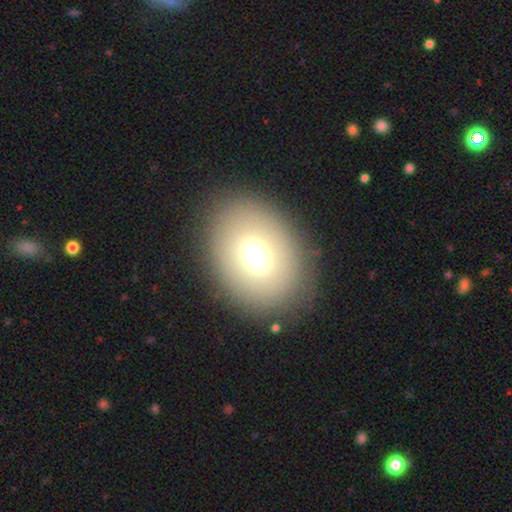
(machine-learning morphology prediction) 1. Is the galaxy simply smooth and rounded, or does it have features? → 63% smooth, 23% featured or disk, 13% star or artifact.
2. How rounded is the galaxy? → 62% in between, 36% round, 1% cigar-shaped.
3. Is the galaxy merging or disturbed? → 83% none, 9% minor disturbance, 5% major disturbance, 2% merger.